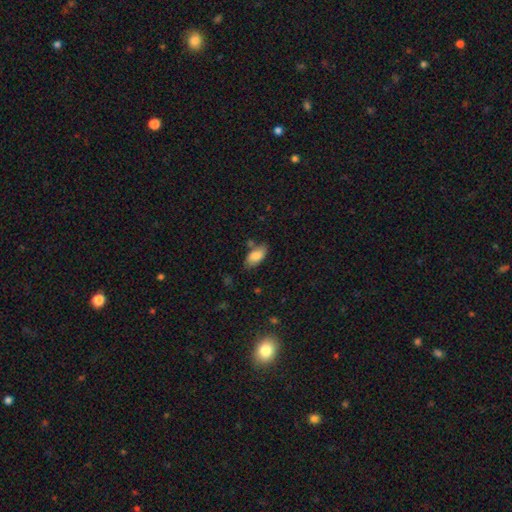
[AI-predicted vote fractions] Morphology: type=smooth (84%); roundness=in between (91%); merging=none (73%).